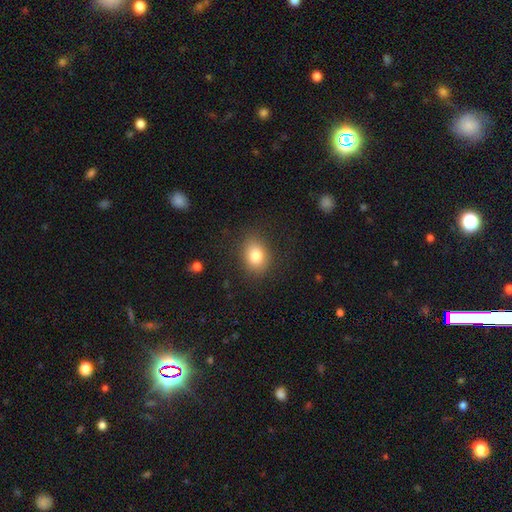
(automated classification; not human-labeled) Overall: smooth (82%). How rounded: in between (58%; round 41%). Merging: none (84%).